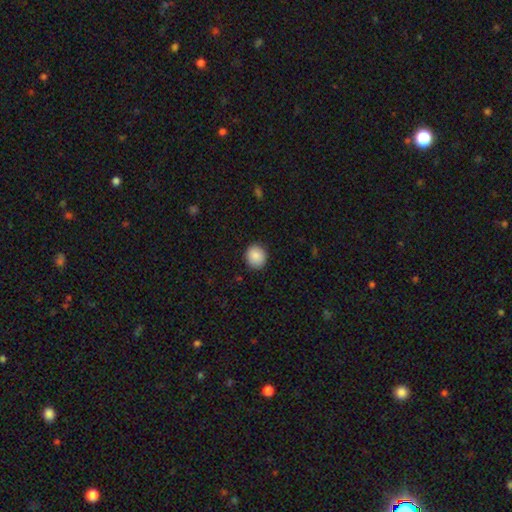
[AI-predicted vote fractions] A smooth galaxy with no disk features (88%) that is round (82%).

Vote fractions:
- Smooth or featured? smooth: 88% / star or artifact: 8% / featured or disk: 4%
- How rounded? round: 82% / in between: 17% / cigar-shaped: 1%
- Merging? none: 89% / minor disturbance: 8% / major disturbance: 2% / merger: 1%